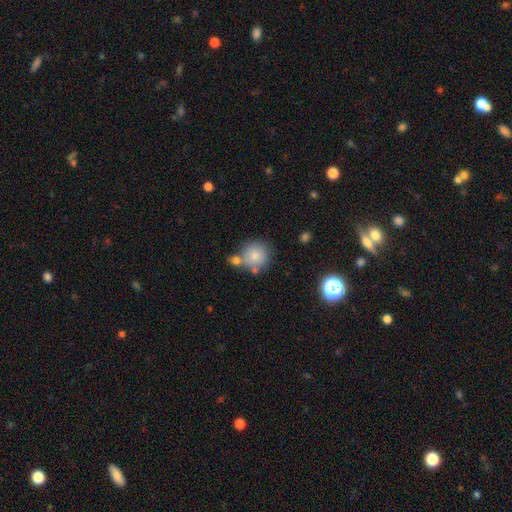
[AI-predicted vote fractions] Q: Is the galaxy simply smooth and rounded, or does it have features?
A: smooth — 80%.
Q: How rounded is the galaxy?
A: round — 89%.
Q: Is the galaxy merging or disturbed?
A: none — 58%.